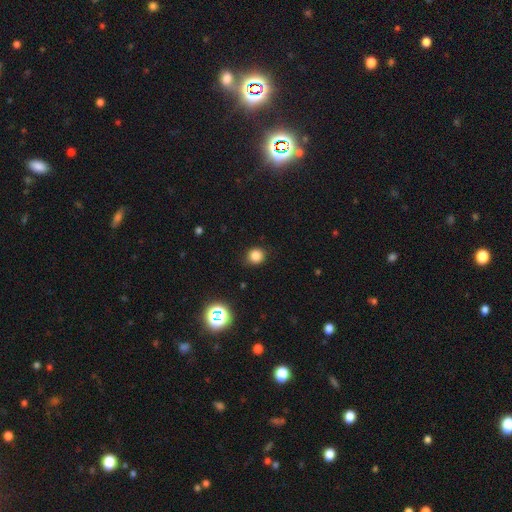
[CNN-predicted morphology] A smooth galaxy with no disk features (81%) that is round (88%).

Vote fractions:
- Smooth or featured? smooth: 81% / star or artifact: 15% / featured or disk: 4%
- How rounded? round: 88% / in between: 11% / cigar-shaped: 1%
- Merging? none: 87% / minor disturbance: 10% / major disturbance: 3% / merger: 1%